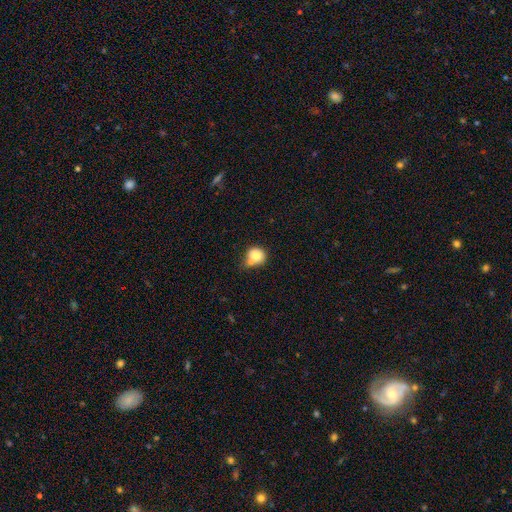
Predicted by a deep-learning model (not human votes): A smooth galaxy with no disk features (78%) that is round (75%). Merging: none (37%).